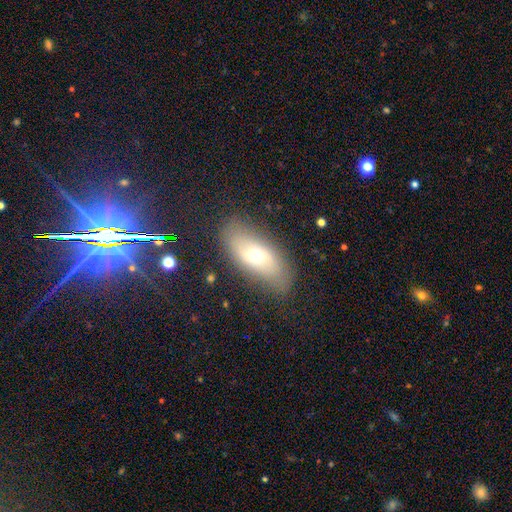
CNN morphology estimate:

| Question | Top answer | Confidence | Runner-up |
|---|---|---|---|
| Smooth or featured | smooth | 53% | featured or disk (37%) |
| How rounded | in between | 84% | cigar-shaped (11%) |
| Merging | none | 78% | minor disturbance (15%) |